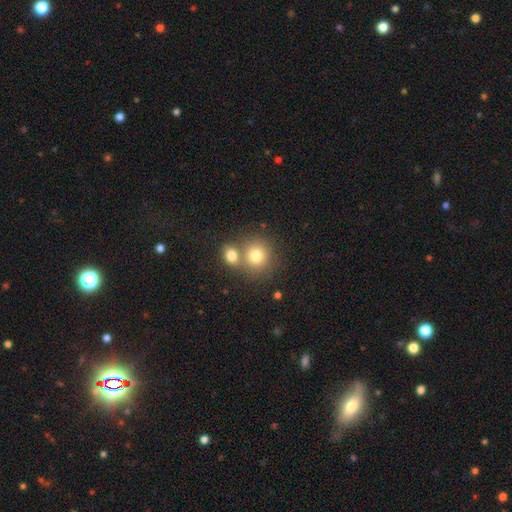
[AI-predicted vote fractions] smooth_or_featured: smooth (p=0.77) [alt: star or artifact p=0.12]
how_rounded: round (p=0.85) [alt: in between p=0.14]
merging: none (p=0.50) [alt: merger p=0.40]